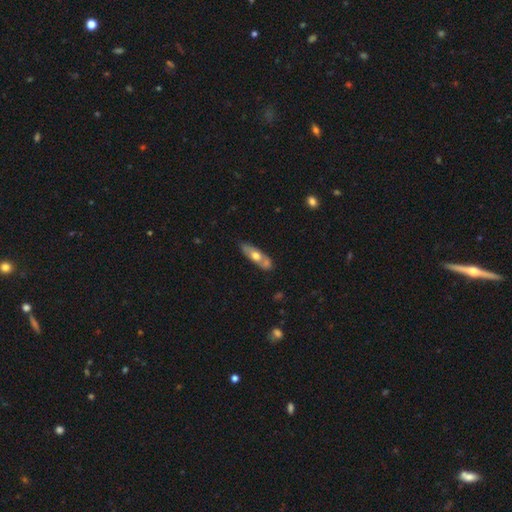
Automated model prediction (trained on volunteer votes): smooth_or_featured: smooth (p=0.50) [alt: featured or disk p=0.44]
how_rounded: in between (p=0.57) [alt: cigar-shaped p=0.40]
merging: none (p=0.60) [alt: minor disturbance p=0.18]